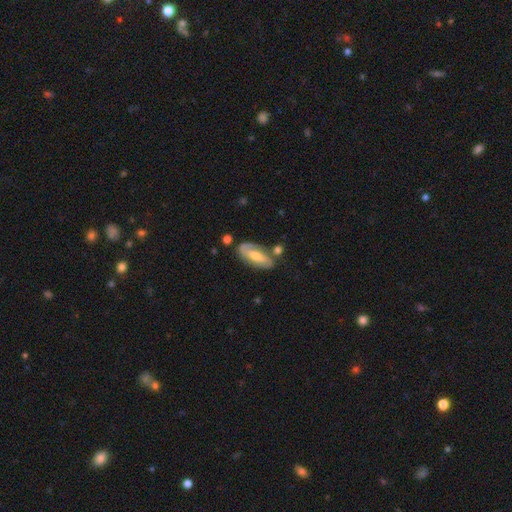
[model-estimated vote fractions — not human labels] Smooth or featured: featured or disk — 61% (smooth — 34%)
Edge-on disk: no — 88% (yes — 12%)
Bar: no — 42% (weak — 37%)
Spiral arms: yes — 80% (no — 20%)
Bulge size: moderate — 51% (small — 39%)
Merging: none — 63% (minor disturbance — 20%)